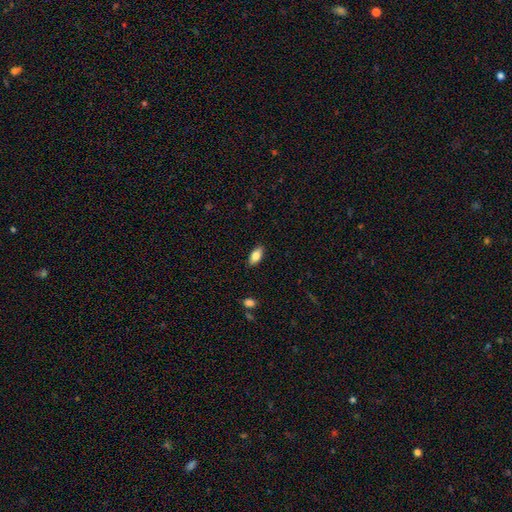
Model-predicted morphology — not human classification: Smooth or featured: smooth — 80% (featured or disk — 13%)
How rounded: in between — 88% (cigar-shaped — 9%)
Merging: none — 88% (minor disturbance — 9%)